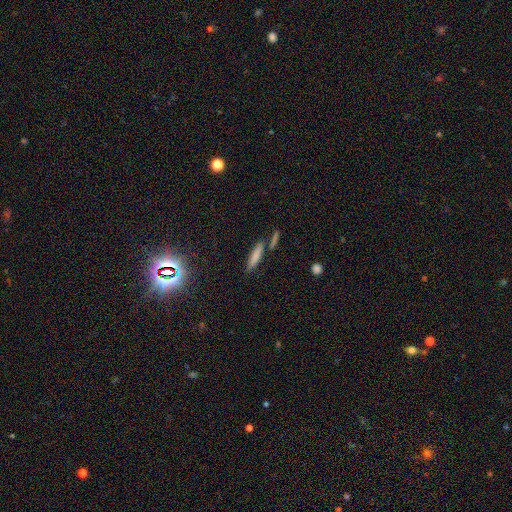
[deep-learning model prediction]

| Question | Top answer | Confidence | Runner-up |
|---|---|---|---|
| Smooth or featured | smooth | 74% | featured or disk (16%) |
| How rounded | cigar-shaped | 83% | in between (15%) |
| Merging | none | 72% | merger (13%) |